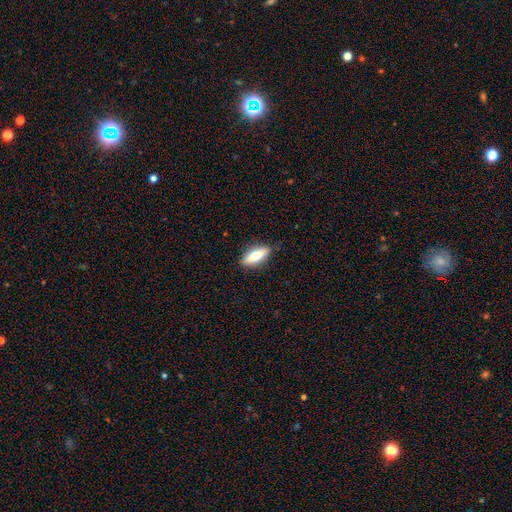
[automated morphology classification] smooth_or_featured: smooth (p=0.66) [alt: featured or disk p=0.28]
how_rounded: in between (p=0.58) [alt: cigar-shaped p=0.40]
merging: none (p=0.85) [alt: minor disturbance p=0.11]